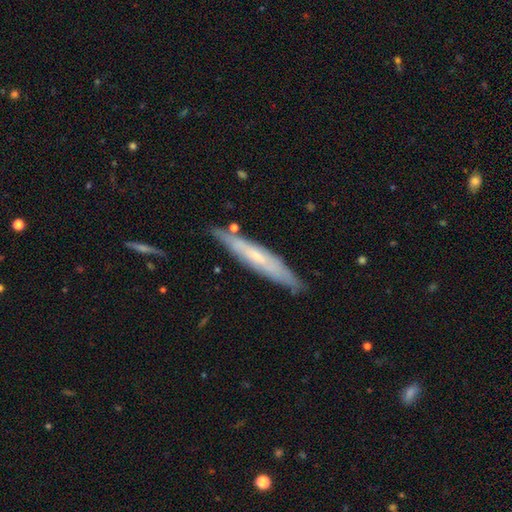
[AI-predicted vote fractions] Smooth or featured: featured or disk — 53% (smooth — 40%)
Edge-on disk: yes — 74% (no — 26%)
Merging: none — 80% (minor disturbance — 15%)